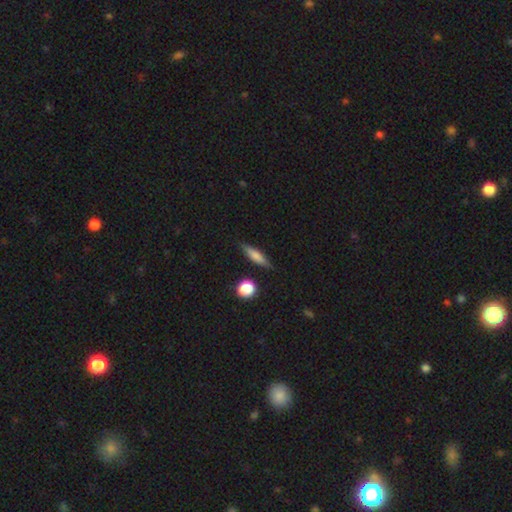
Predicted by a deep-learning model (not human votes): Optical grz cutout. It shows a smooth galaxy with no disk features (57%) that is cigar-shaped (73%). Merging: none (84%).